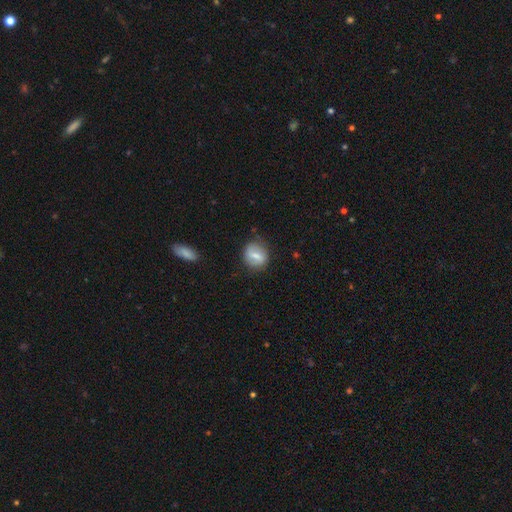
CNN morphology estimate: Smooth or featured: smooth — 57% (featured or disk — 35%)
How rounded: round — 62% (in between — 35%)
Merging: none — 77% (minor disturbance — 16%)